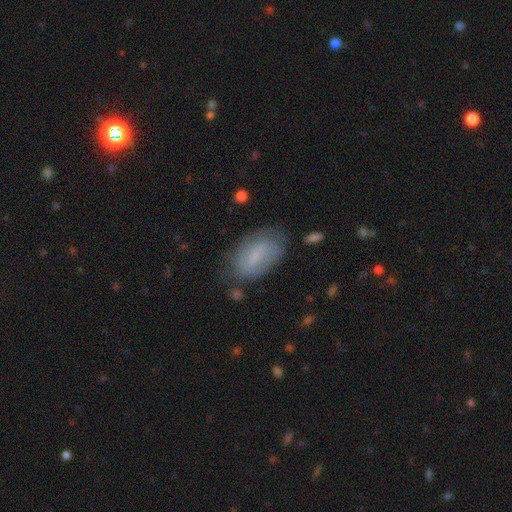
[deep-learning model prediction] A smooth galaxy with no disk features (61%) that is in between round and cigar-shaped (92%). Merging: none (65%).